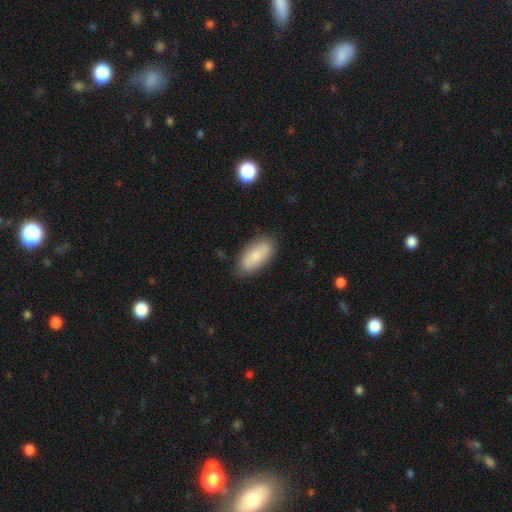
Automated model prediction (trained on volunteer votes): Smooth or featured: smooth — 79% (featured or disk — 15%)
How rounded: in between — 90% (cigar-shaped — 8%)
Merging: none — 84% (minor disturbance — 12%)